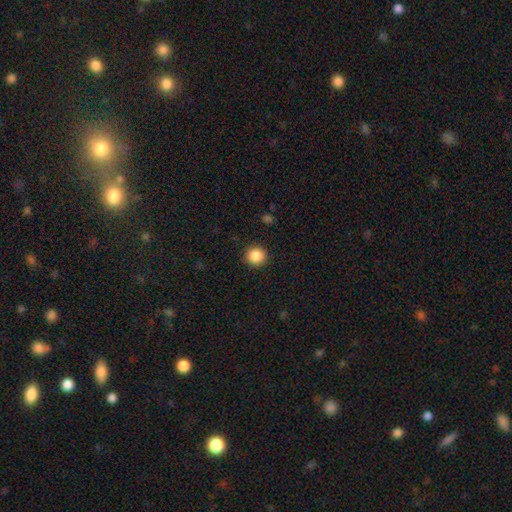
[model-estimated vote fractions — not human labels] The model was most divided on "smooth or featured": smooth: 87%, star or artifact: 10%, featured or disk: 3%. More confident: how rounded — round (93%); merging — none (91%).